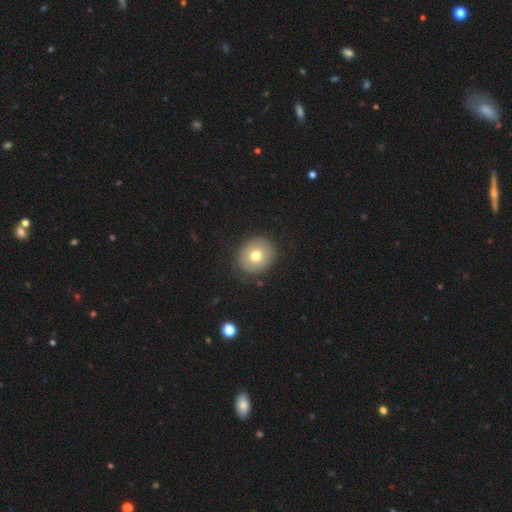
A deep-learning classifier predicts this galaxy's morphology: This appears to be a smooth galaxy with no disk features (71%) that is round (78%). Merging: none (84%).